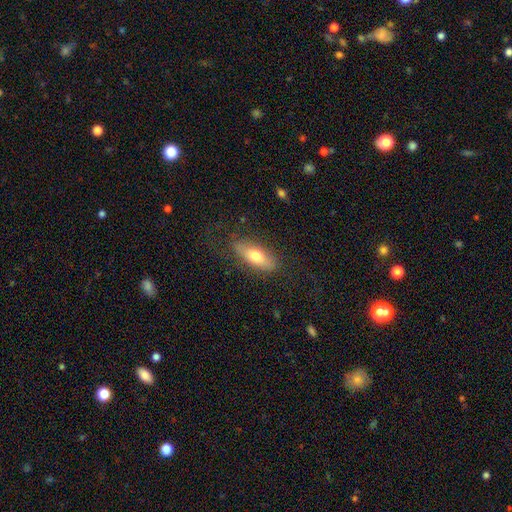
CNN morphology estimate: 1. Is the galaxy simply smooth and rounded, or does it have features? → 68% smooth, 25% featured or disk, 7% star or artifact.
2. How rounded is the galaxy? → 70% in between, 26% cigar-shaped, 3% round.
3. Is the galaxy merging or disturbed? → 76% none, 17% minor disturbance, 6% major disturbance, 1% merger.